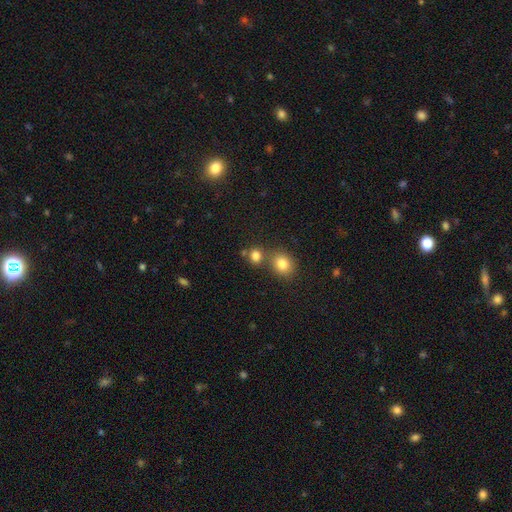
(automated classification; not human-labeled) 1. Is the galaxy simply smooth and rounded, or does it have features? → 80% smooth, 14% star or artifact, 7% featured or disk.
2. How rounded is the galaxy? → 80% round, 19% in between, 1% cigar-shaped.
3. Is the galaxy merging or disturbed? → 56% none, 33% merger, 8% minor disturbance, 3% major disturbance.